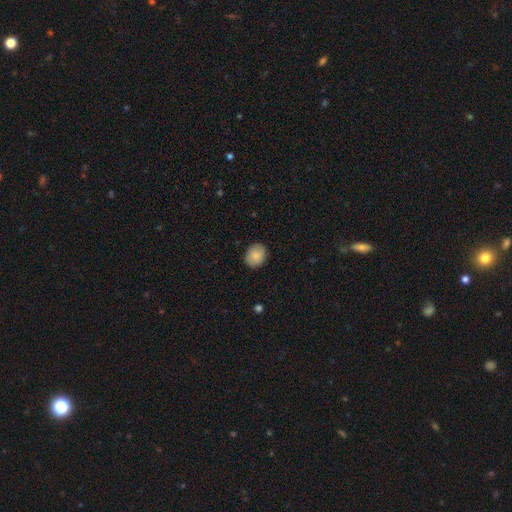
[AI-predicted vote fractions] Morphology: type=smooth (84%); roundness=round (54%); merging=none (86%).